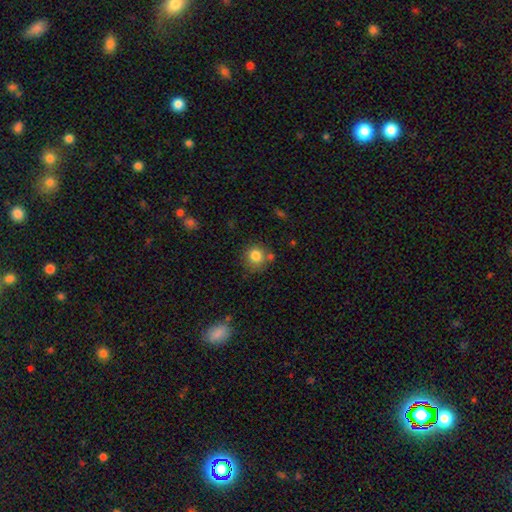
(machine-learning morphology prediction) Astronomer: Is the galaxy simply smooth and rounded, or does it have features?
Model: smooth — 82%.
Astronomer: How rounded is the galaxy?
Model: round — 89%.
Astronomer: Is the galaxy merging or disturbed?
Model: none — 74%.